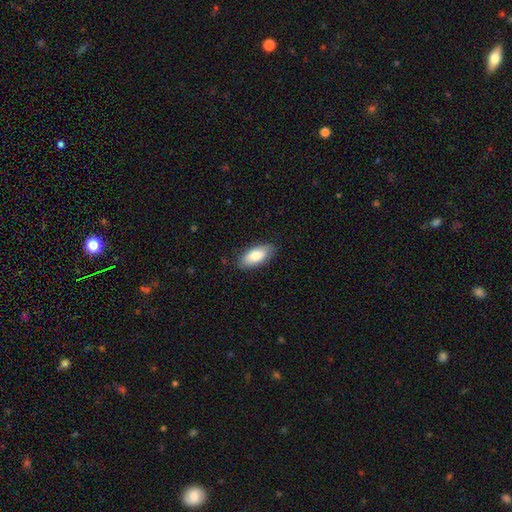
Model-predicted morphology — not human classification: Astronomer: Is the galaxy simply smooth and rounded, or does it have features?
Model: smooth — 82%.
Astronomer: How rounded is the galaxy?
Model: in between — 89%.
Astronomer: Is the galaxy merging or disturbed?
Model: none — 84%.